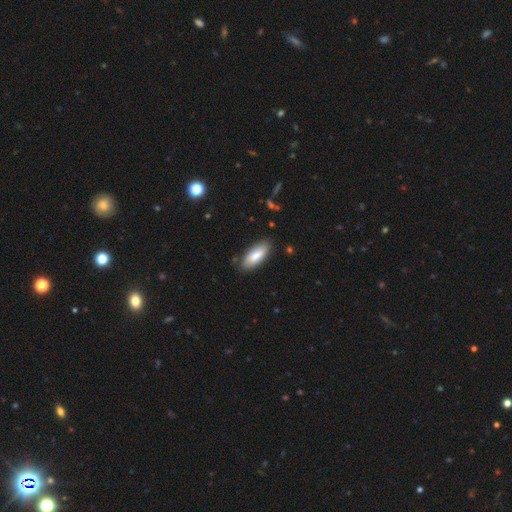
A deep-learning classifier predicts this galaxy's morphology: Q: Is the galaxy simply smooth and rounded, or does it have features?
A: smooth — 77%.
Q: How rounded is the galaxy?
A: in between — 79%.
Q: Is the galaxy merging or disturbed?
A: none — 85%.